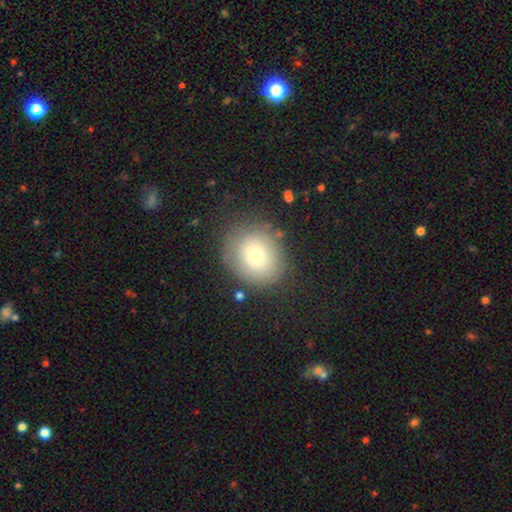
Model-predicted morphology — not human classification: Q: Smooth or featured?
A: smooth (72%); runner-up: featured or disk (17%)
Q: How rounded?
A: round (76%); runner-up: in between (23%)
Q: Merging?
A: none (78%); runner-up: minor disturbance (14%)